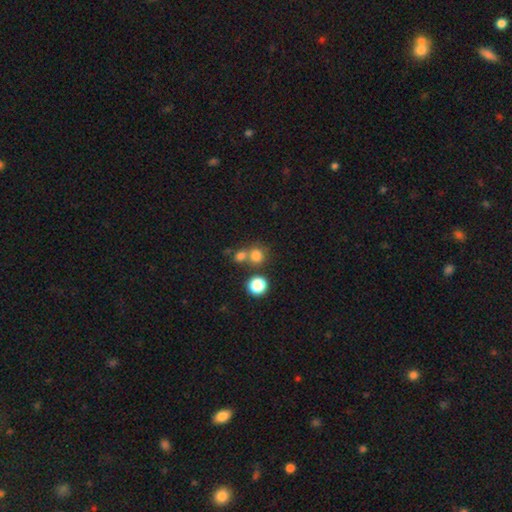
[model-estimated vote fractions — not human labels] Overall: smooth (77%). How rounded: round (84%). Merging: none (54%; merger 34%).